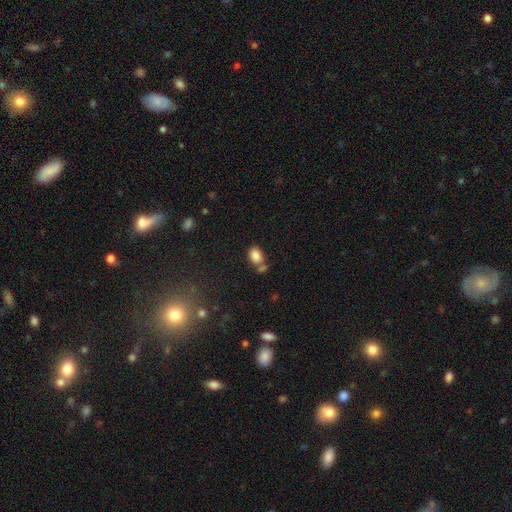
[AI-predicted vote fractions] Smooth or featured? smooth (85%)
How rounded? in between (74%)
Merging? none (53%)